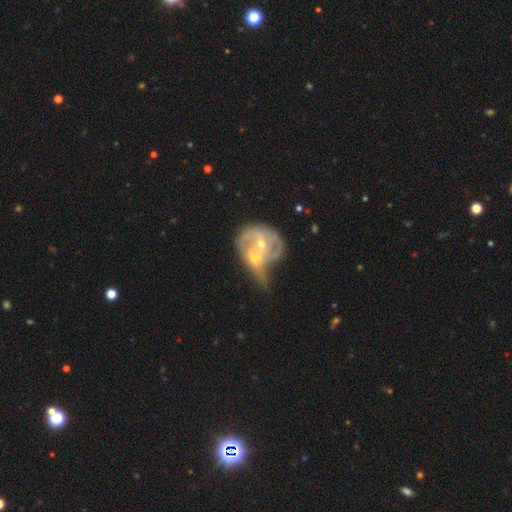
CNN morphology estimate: Overall: featured or disk (69%). Edge-on disk: no (95%). Bar: no (70%). Spiral arms: yes (59%; no 41%). Bulge size: moderate (57%; small 38%). Merging: merger (72%).